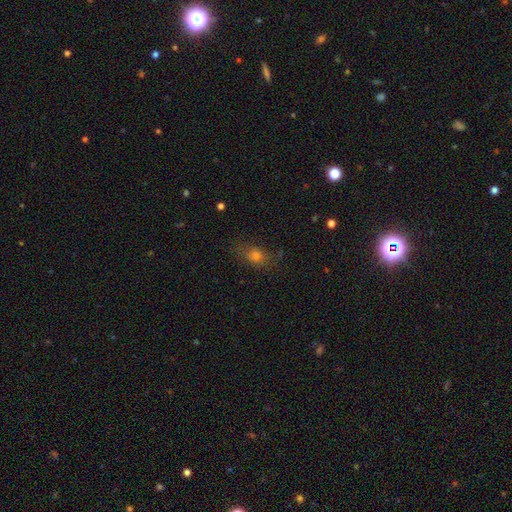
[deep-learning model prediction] Morphology: type=smooth (65%); roundness=in between (61%); merging=none (73%).